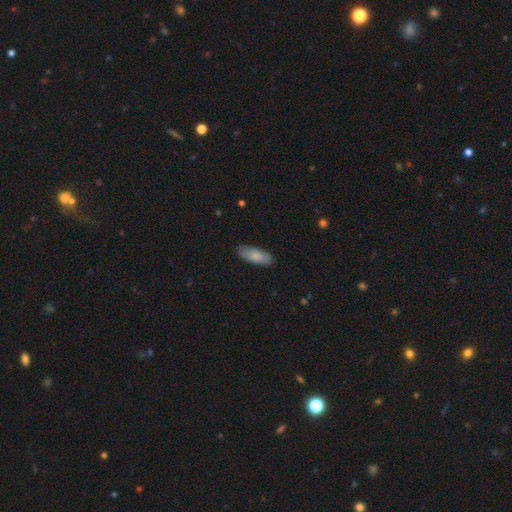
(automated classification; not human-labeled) Q: Smooth or featured?
A: smooth (81%); runner-up: featured or disk (13%)
Q: How rounded?
A: in between (71%); runner-up: cigar-shaped (27%)
Q: Merging?
A: none (85%); runner-up: minor disturbance (12%)